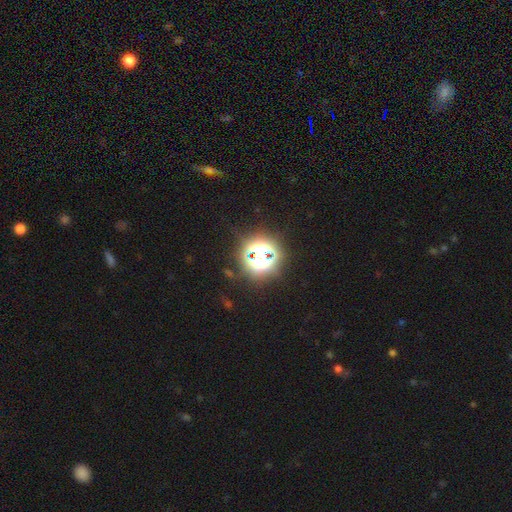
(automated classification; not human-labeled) smooth-or-featured: star or artifact: 71% | smooth: 20% | featured or disk: 10%